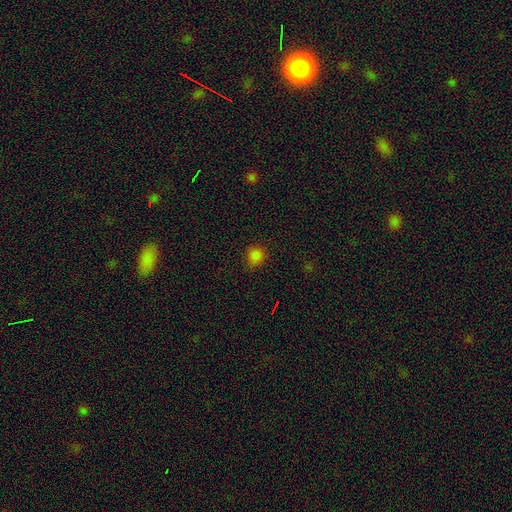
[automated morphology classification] Overall: smooth (80%). How rounded: round (85%). Merging: none (83%).